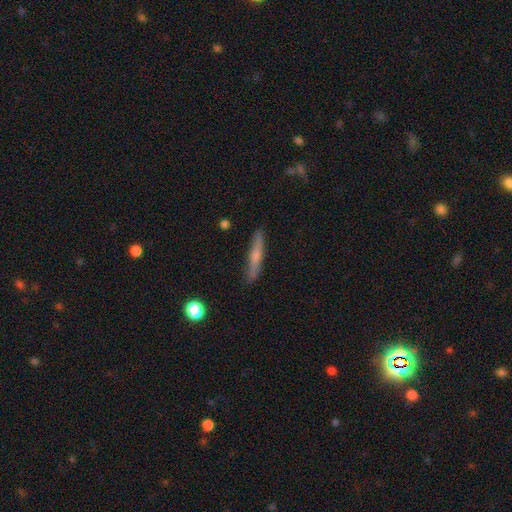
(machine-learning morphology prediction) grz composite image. It shows a smooth galaxy with no disk features (53%) that is cigar-shaped (92%). Merging: none (87%).